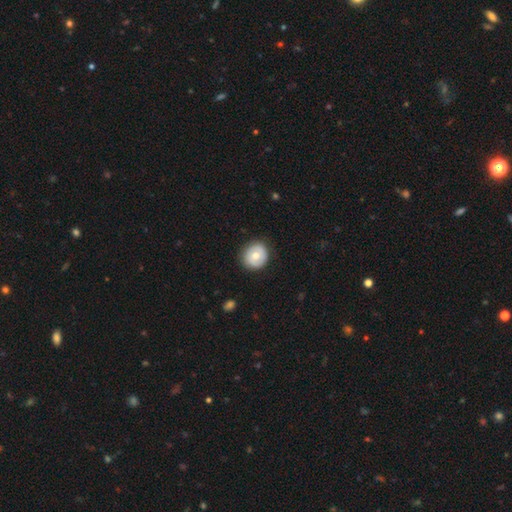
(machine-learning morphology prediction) smooth 67%, featured or disk 26%, star or artifact 7%. Down the decision tree: how rounded — round (87%); merging — none (85%).